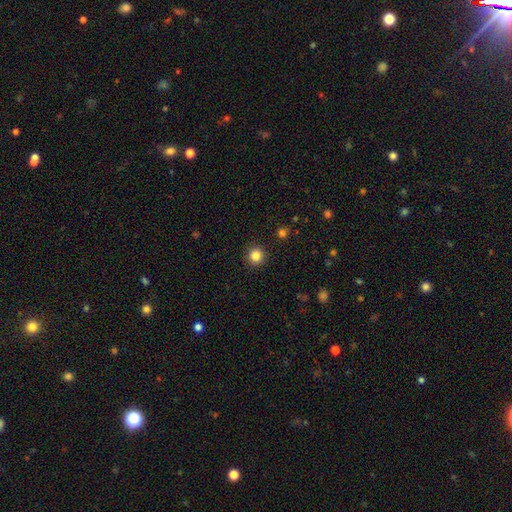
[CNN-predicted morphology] Smooth or featured: smooth — 84% (star or artifact — 11%)
How rounded: round — 94% (in between — 5%)
Merging: none — 92% (minor disturbance — 5%)